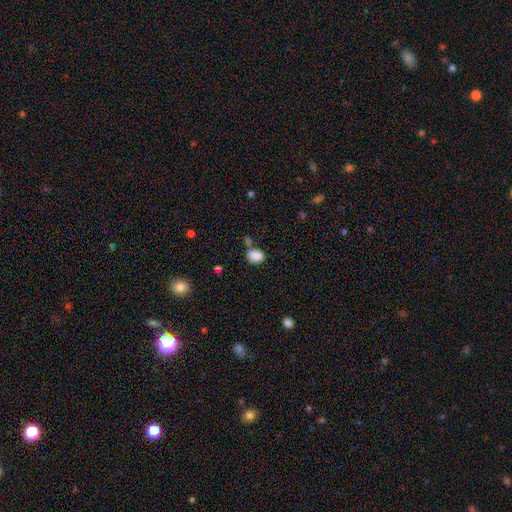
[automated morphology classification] smooth_or_featured: smooth (p=0.86) [alt: star or artifact p=0.09]
how_rounded: in between (p=0.71) [alt: round p=0.28]
merging: none (p=0.54) [alt: merger p=0.21]